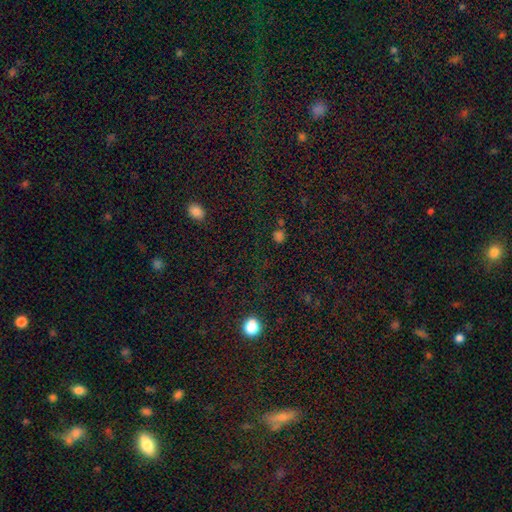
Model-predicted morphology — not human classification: type=star or artifact (67%).